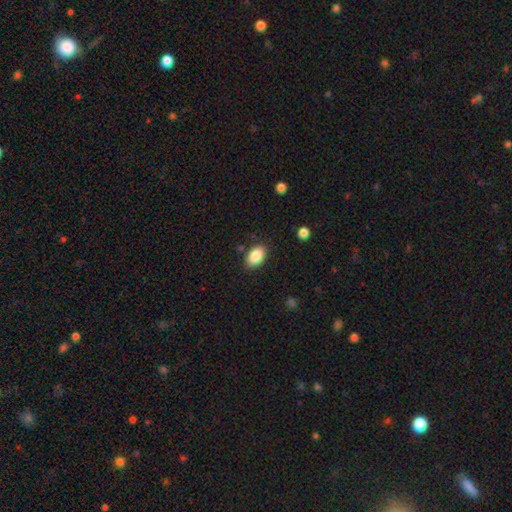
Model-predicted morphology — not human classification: type=smooth (88%); roundness=in between (91%); merging=none (85%).